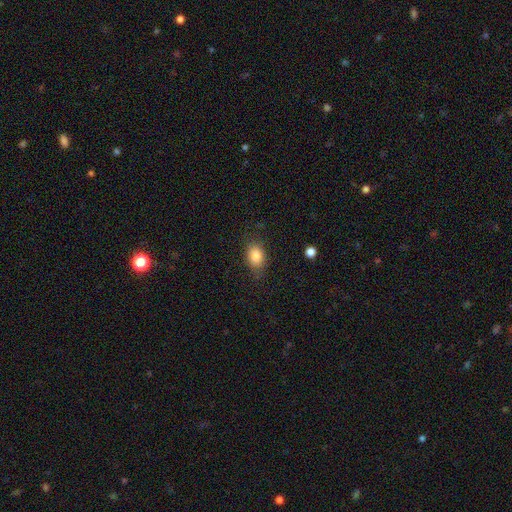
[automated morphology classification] Overall: smooth (83%). How rounded: in between (77%). Merging: none (77%).